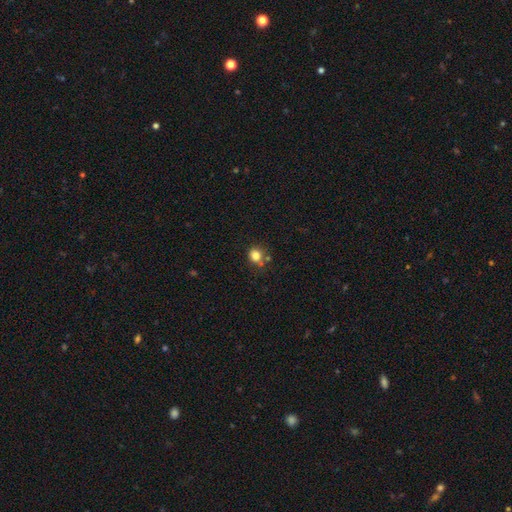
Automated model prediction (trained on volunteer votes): Smooth or featured: smooth — 82% (star or artifact — 12%)
How rounded: round — 81% (in between — 18%)
Merging: none — 66% (merger — 15%)